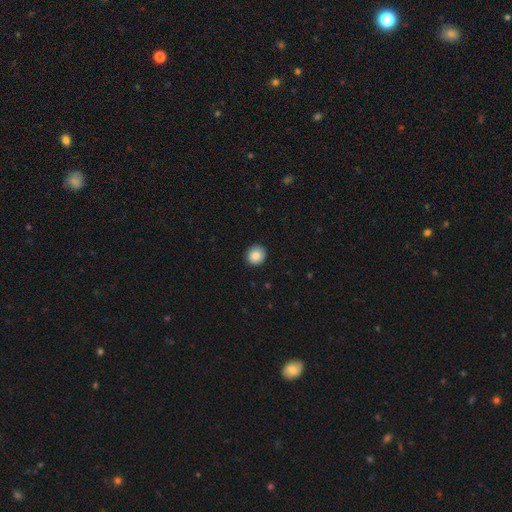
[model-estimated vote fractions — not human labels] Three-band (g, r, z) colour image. It shows a smooth galaxy with no disk features (86%) that is round (85%). Merging: none (91%).